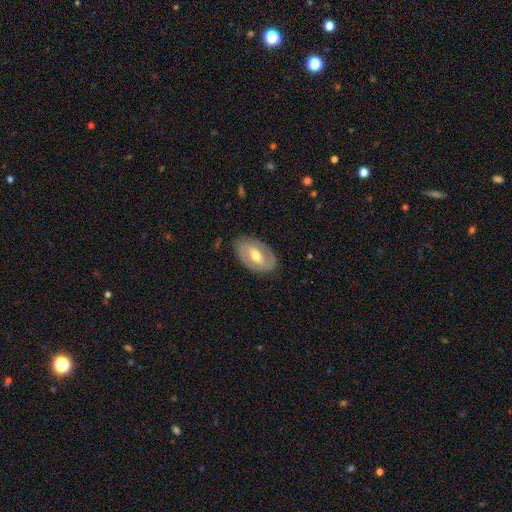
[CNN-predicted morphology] type=featured or disk (66%); edge-on=no (92%); bar=weak (41%); spiral arms=yes (59%); bulge=moderate (71%); merging=none (81%).